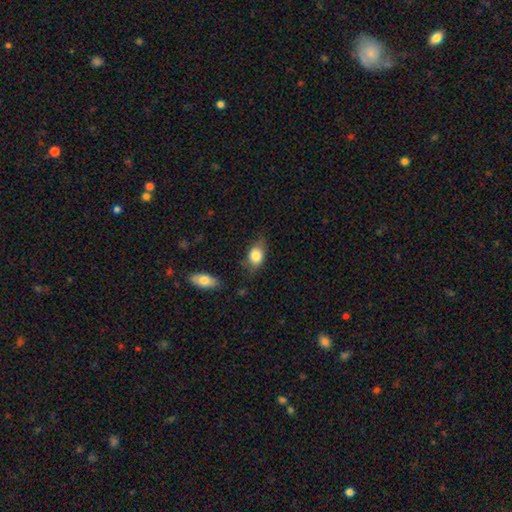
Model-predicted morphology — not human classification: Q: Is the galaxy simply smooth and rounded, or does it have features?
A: smooth — 82%.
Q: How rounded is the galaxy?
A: in between — 77%.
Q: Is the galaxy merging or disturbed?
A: none — 64%.